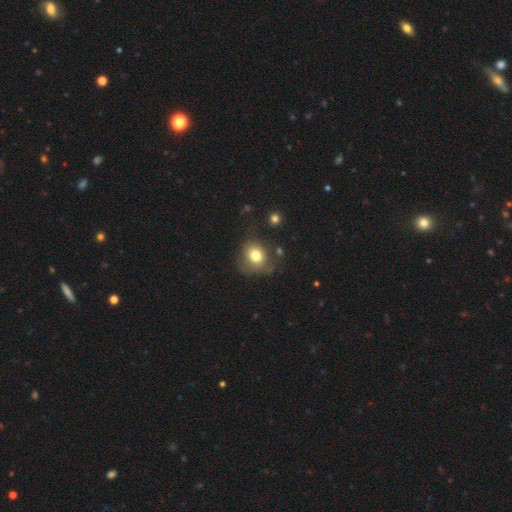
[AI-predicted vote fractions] Smooth or featured? smooth (76%)
How rounded? round (67%)
Merging? none (57%)